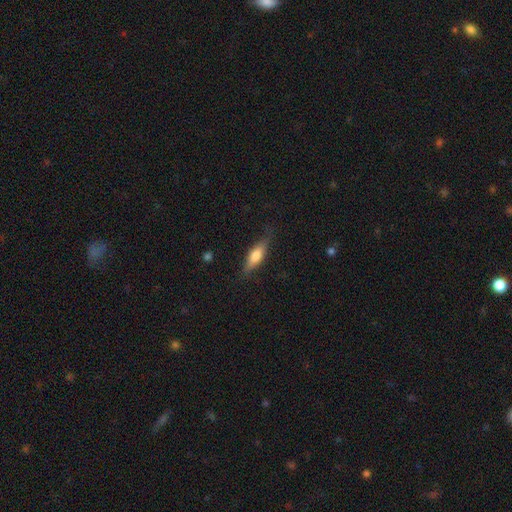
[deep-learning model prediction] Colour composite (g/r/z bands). It shows a smooth galaxy with no disk features (59%) that is in between round and cigar-shaped (52%). Merging: none (77%).